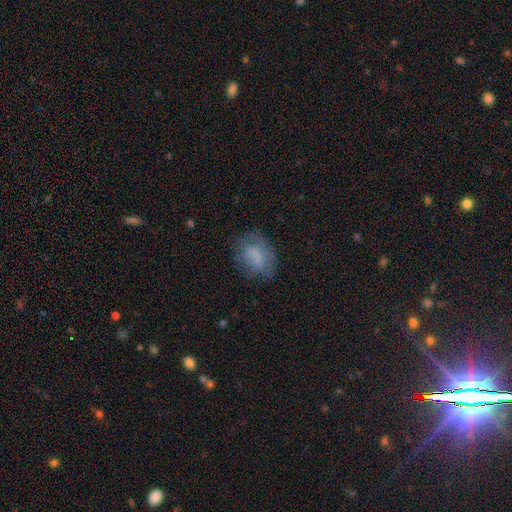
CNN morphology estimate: Smooth or featured? smooth (68%)
How rounded? in between (73%)
Merging? none (61%)